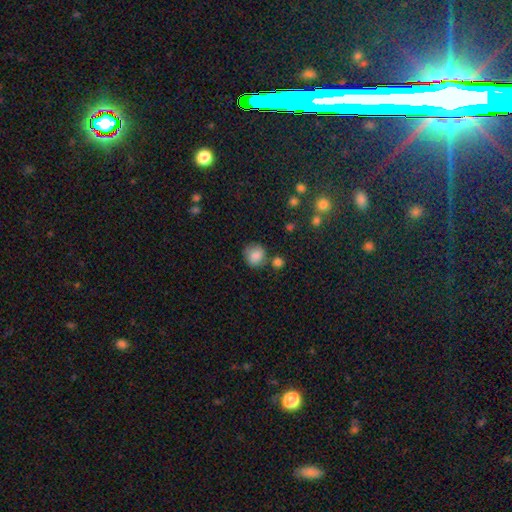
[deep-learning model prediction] Smooth or featured: smooth — 84% (star or artifact — 9%)
How rounded: round — 81% (in between — 18%)
Merging: none — 67% (minor disturbance — 18%)